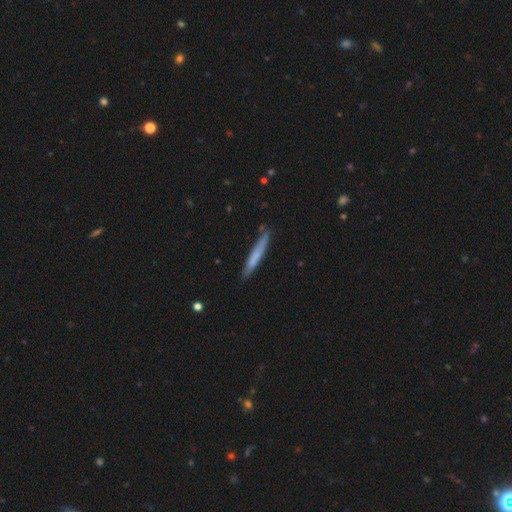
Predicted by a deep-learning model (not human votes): Smooth or featured? smooth (61%)
How rounded? cigar-shaped (96%)
Merging? none (82%)